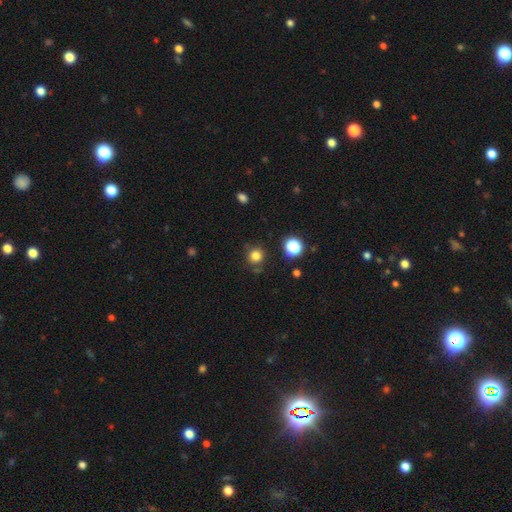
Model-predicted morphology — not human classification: Smooth or featured: smooth — 81% (star or artifact — 14%)
How rounded: round — 93% (in between — 6%)
Merging: none — 83% (minor disturbance — 10%)